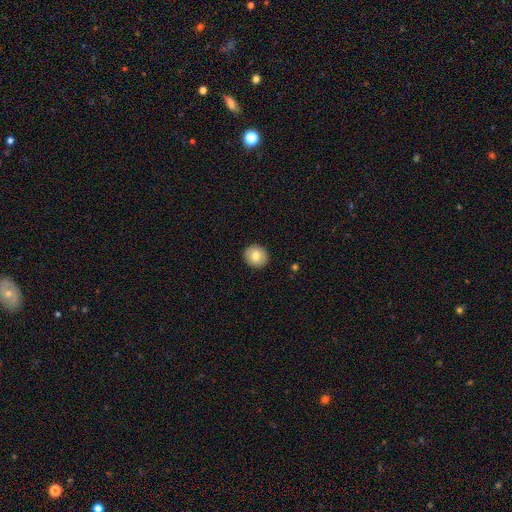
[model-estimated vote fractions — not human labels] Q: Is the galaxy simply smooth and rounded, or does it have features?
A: smooth — 76%.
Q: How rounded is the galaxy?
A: round — 86%.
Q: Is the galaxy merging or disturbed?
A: none — 92%.